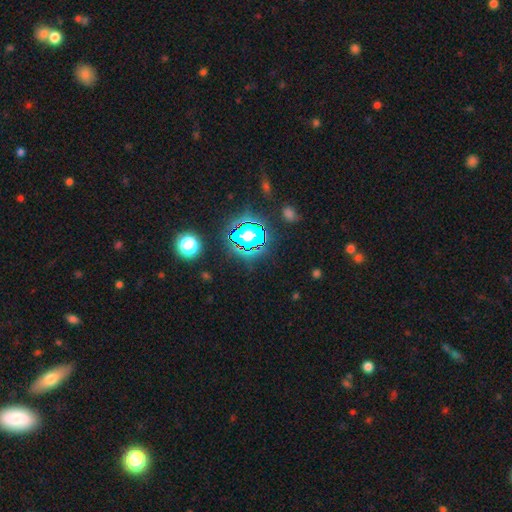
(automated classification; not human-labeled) Smooth or featured? star or artifact (81%)